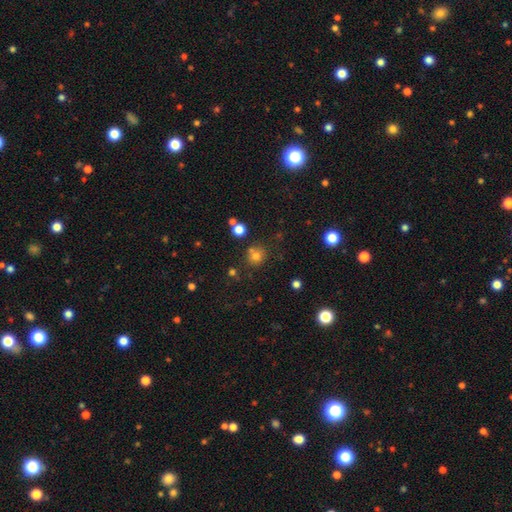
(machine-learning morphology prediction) A smooth galaxy with no disk features (73%) that is round (89%).

Vote fractions:
- Smooth or featured? smooth: 73% / star or artifact: 19% / featured or disk: 8%
- How rounded? round: 89% / in between: 10% / cigar-shaped: 1%
- Merging? none: 73% / merger: 13% / minor disturbance: 10% / major disturbance: 4%